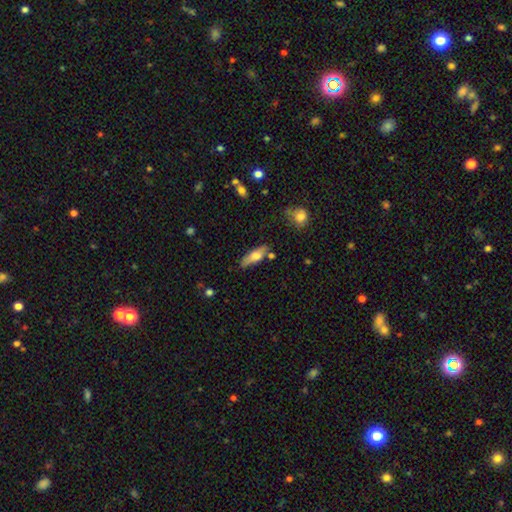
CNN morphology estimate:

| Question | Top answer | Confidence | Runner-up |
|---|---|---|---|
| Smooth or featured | smooth | 64% | featured or disk (29%) |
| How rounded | in between | 55% | cigar-shaped (42%) |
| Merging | none | 69% | minor disturbance (20%) |